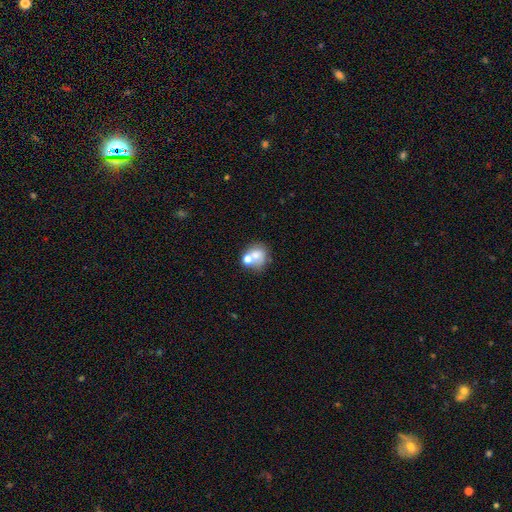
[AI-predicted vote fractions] The model was most divided on "merging": merger: 46%, none: 35%, minor disturbance: 12%, major disturbance: 8%. More confident: how rounded — round (66%); smooth or featured — smooth (65%).